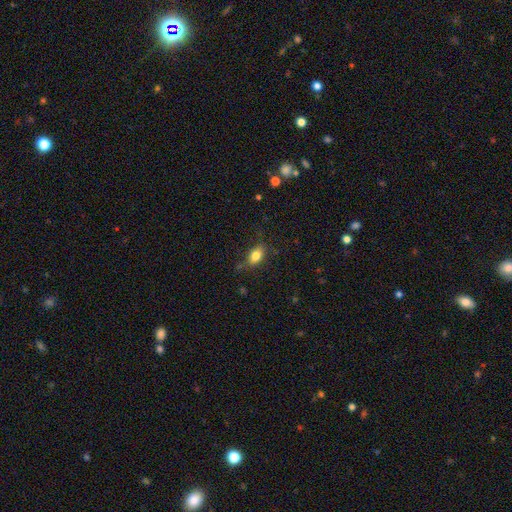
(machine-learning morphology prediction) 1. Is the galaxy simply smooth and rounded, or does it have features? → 80% smooth, 11% featured or disk, 9% star or artifact.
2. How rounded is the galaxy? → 82% in between, 12% round, 5% cigar-shaped.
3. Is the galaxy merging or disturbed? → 73% none, 19% minor disturbance, 5% major disturbance, 2% merger.